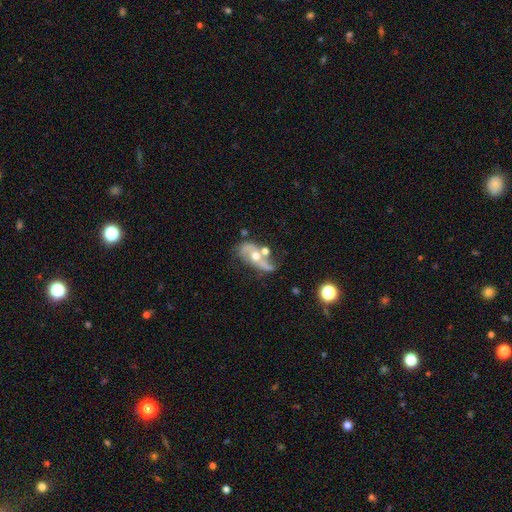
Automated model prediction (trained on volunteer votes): Morphology: type=featured or disk (72%); edge-on=no (93%); bar=no (69%); spiral arms=yes (78%); winding=loose (64%); arm count=2 (83%); bulge=moderate (74%); merging=none (40%).